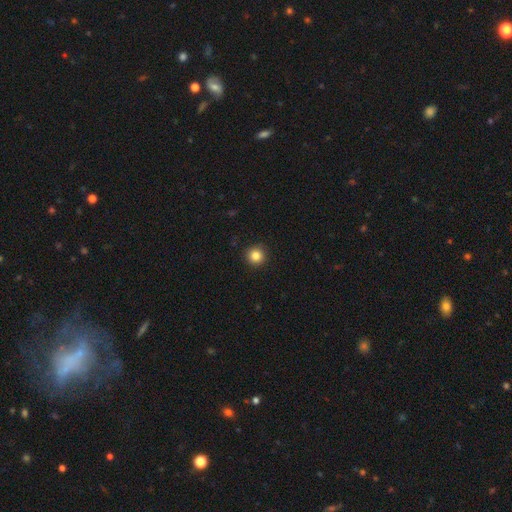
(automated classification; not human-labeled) The model was most divided on "smooth or featured": smooth: 84%, star or artifact: 11%, featured or disk: 5%. More confident: how rounded — round (95%); merging — none (92%).